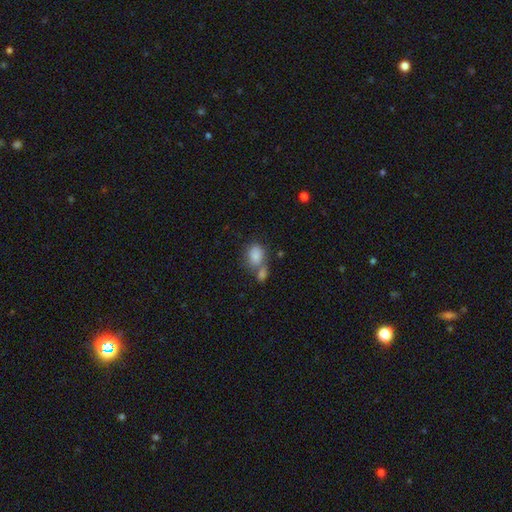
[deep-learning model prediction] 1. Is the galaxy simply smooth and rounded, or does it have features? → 83% smooth, 9% star or artifact, 8% featured or disk.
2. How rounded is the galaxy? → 74% in between, 24% round, 2% cigar-shaped.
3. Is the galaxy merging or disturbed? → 48% merger, 34% none, 12% minor disturbance, 6% major disturbance.